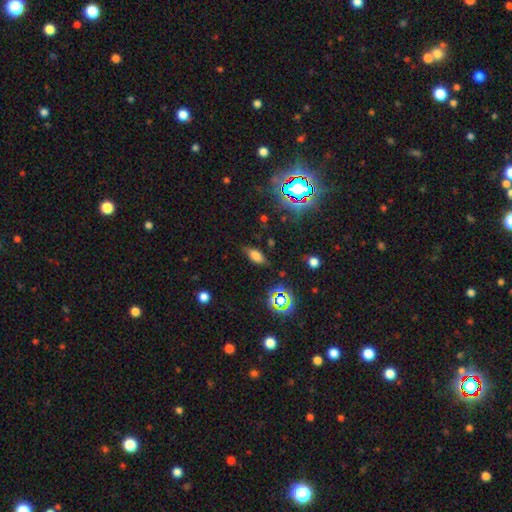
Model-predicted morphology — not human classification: A smooth galaxy with no disk features (67%) that is in between round and cigar-shaped (81%).

Vote fractions:
- Smooth or featured? smooth: 67% / star or artifact: 19% / featured or disk: 14%
- How rounded? in between: 81% / cigar-shaped: 13% / round: 6%
- Merging? none: 73% / minor disturbance: 19% / major disturbance: 6% / merger: 2%